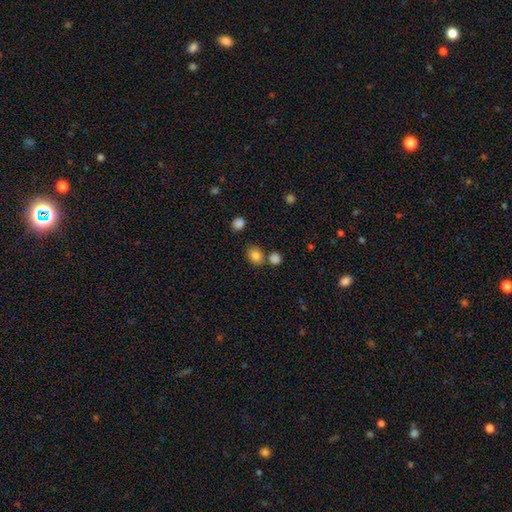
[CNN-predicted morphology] Smooth or featured: smooth — 83% (star or artifact — 12%)
How rounded: round — 63% (in between — 36%)
Merging: none — 71% (merger — 15%)